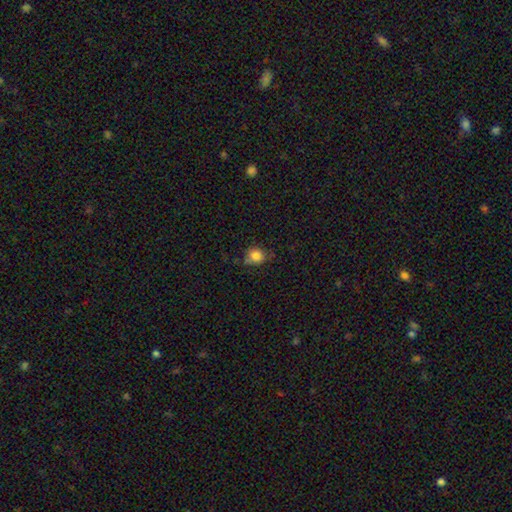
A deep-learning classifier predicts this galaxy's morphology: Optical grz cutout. It shows a smooth galaxy with no disk features (83%) that is round (79%). Merging: none (67%).